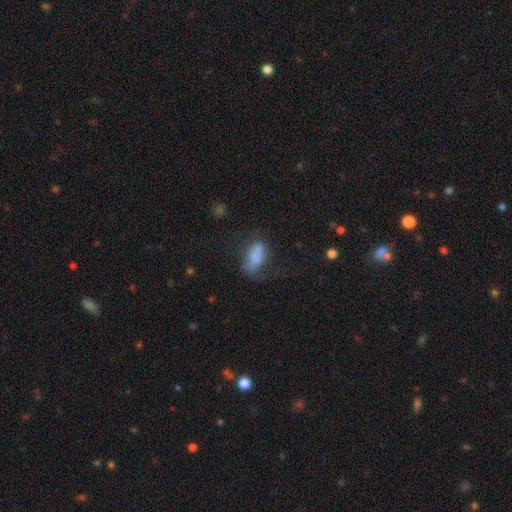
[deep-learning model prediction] smooth_or_featured: smooth (p=0.73) [alt: featured or disk p=0.16]
how_rounded: in between (p=0.85) [alt: cigar-shaped p=0.10]
merging: none (p=0.40) [alt: major disturbance p=0.28]